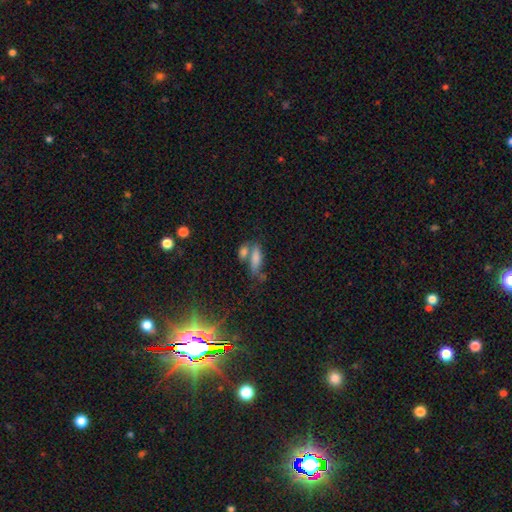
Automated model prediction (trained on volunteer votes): Q: Smooth or featured?
A: smooth (66%); runner-up: featured or disk (17%)
Q: How rounded?
A: in between (55%); runner-up: cigar-shaped (40%)
Q: Merging?
A: none (41%); runner-up: merger (38%)